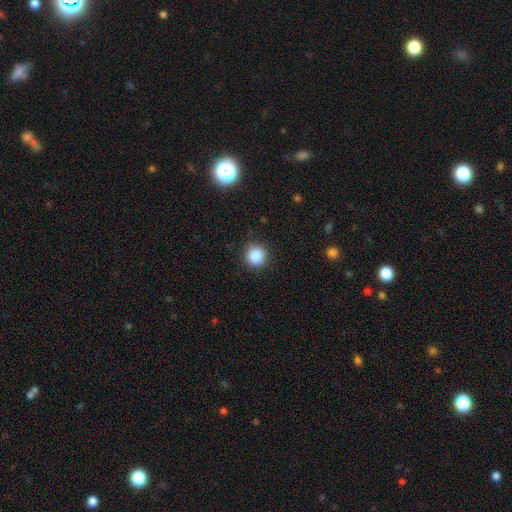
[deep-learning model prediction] This appears to be a smooth galaxy with no disk features (86%) that is round (94%). Merging: none (88%).